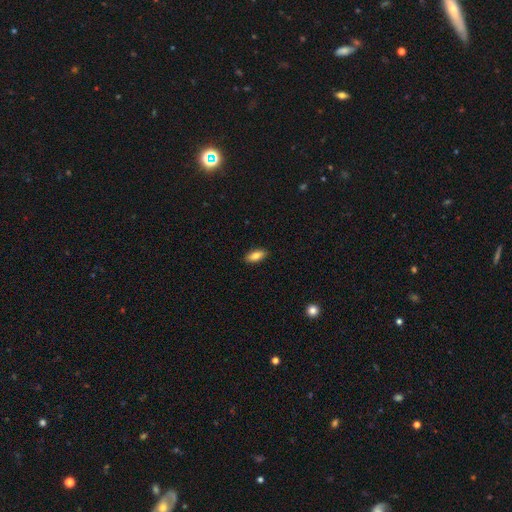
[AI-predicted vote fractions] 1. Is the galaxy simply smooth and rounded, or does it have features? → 82% smooth, 11% featured or disk, 7% star or artifact.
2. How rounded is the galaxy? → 85% in between, 13% cigar-shaped, 3% round.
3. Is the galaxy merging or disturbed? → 89% none, 8% minor disturbance, 2% major disturbance, 1% merger.